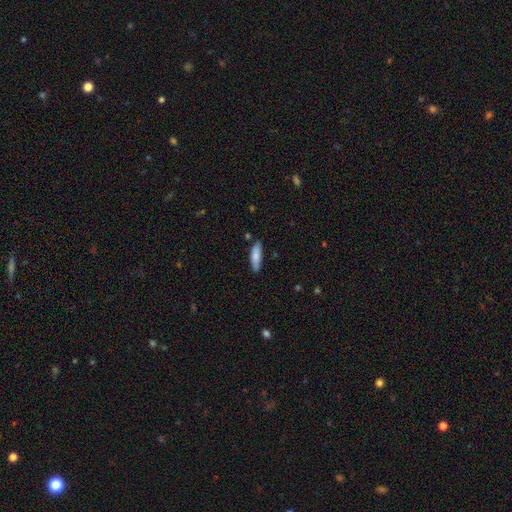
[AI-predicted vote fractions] This is likely a smooth galaxy (80%). How rounded: possibly cigar-shaped (53%). Merging: clearly none (84%).